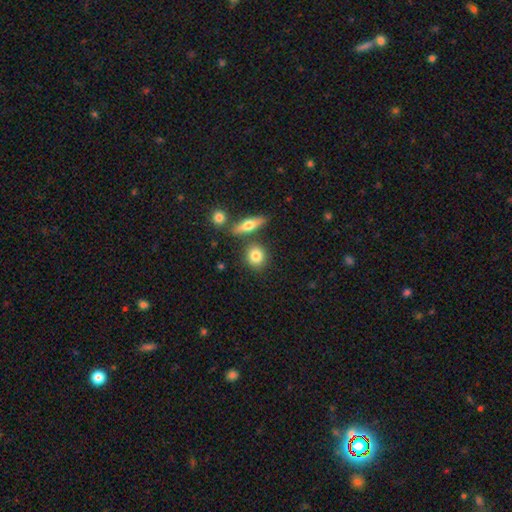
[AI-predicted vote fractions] The model was most divided on "how rounded": round: 75%, in between: 21%, cigar-shaped: 4%. More confident: smooth or featured — smooth (80%); merging — none (76%).